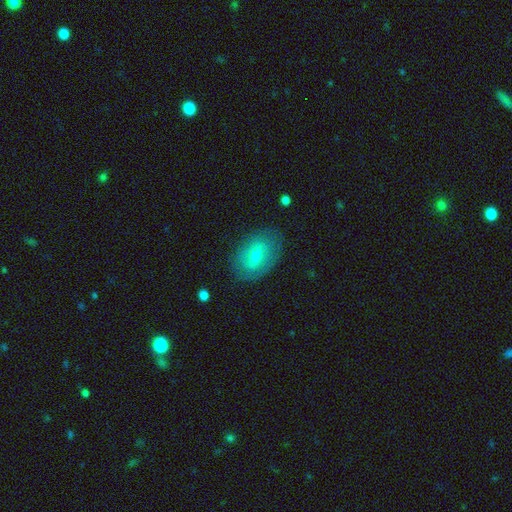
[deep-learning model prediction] A featured or disk galaxy (48%).

Vote fractions:
- Smooth or featured? featured or disk: 48% / smooth: 44% / star or artifact: 8%
- Merging? none: 78% / minor disturbance: 16% / major disturbance: 5% / merger: 1%